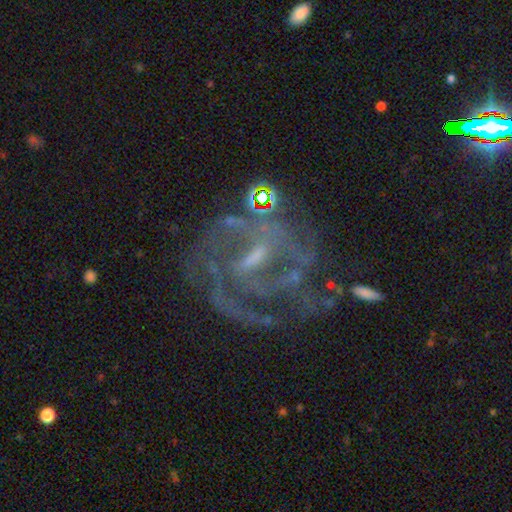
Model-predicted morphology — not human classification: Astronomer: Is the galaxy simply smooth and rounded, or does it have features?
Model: featured or disk — 84%.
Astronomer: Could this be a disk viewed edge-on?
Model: no — 97%.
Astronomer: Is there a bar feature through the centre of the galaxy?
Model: weak — 47% (runner-up: strong, 35%).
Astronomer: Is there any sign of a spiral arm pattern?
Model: yes — 85%.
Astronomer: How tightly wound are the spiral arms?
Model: tight — 44% (runner-up: medium, 42%).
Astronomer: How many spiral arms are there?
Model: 2 — 34% (runner-up: can't tell, 30%).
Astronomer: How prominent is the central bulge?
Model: small — 40% (runner-up: none, 29%).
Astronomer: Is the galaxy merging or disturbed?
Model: none — 59%.